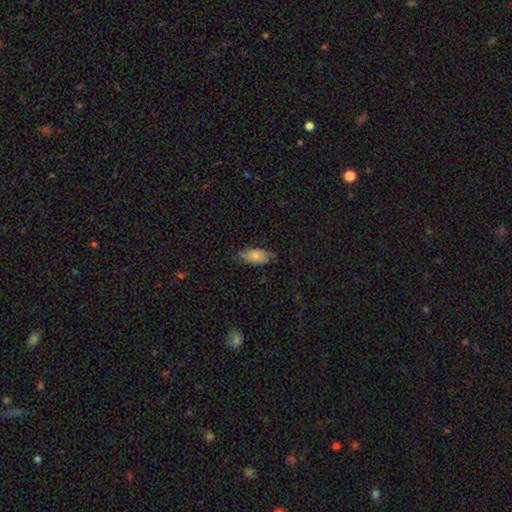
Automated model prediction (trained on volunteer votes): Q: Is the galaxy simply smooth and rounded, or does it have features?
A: smooth — 78%.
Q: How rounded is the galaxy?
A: in between — 90%.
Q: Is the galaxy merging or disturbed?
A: none — 73%.